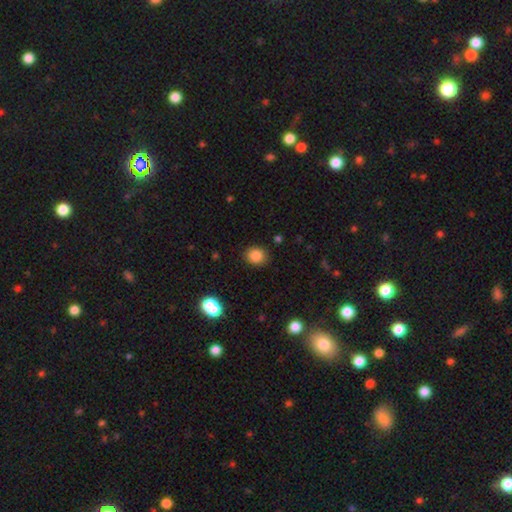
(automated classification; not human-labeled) This appears to be a smooth galaxy with no disk features (85%) that is round (76%). Merging: none (89%).